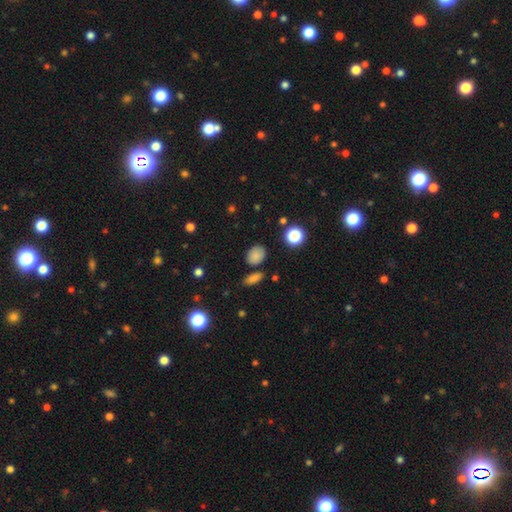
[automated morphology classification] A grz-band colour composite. It shows a smooth galaxy with no disk features (81%) that is in between round and cigar-shaped (61%). Merging: none (77%).